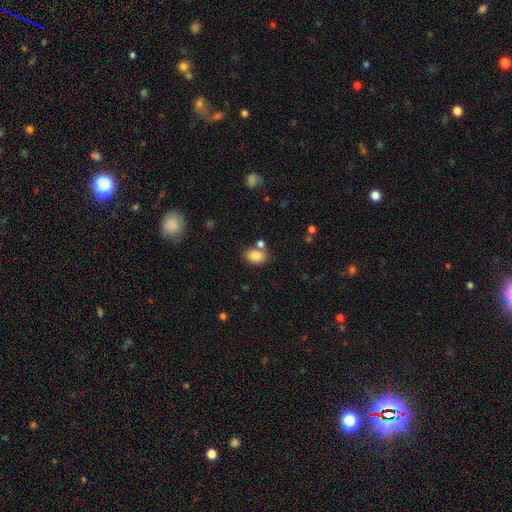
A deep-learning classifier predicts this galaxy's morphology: smooth 85%, star or artifact 9%, featured or disk 6%. Down the decision tree: how rounded — in between (84%); merging — none (63%).